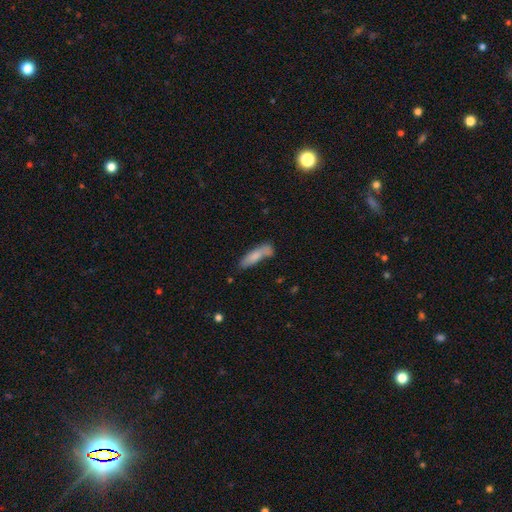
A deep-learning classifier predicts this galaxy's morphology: Overall: smooth (77%). How rounded: cigar-shaped (65%; in between 33%). Merging: none (53%; minor disturbance 21%).